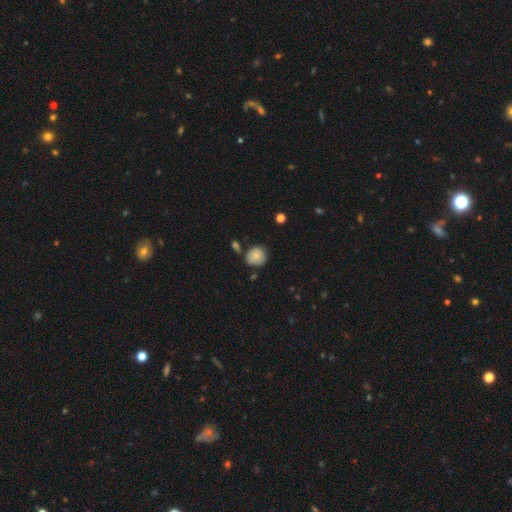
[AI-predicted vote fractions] Morphology: type=smooth (81%); roundness=round (89%); merging=none (75%).